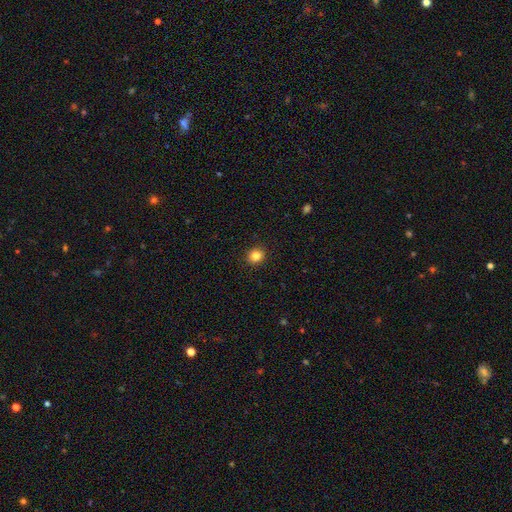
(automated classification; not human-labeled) Smooth or featured: smooth — 83% (star or artifact — 11%)
How rounded: round — 83% (in between — 16%)
Merging: none — 92% (minor disturbance — 5%)